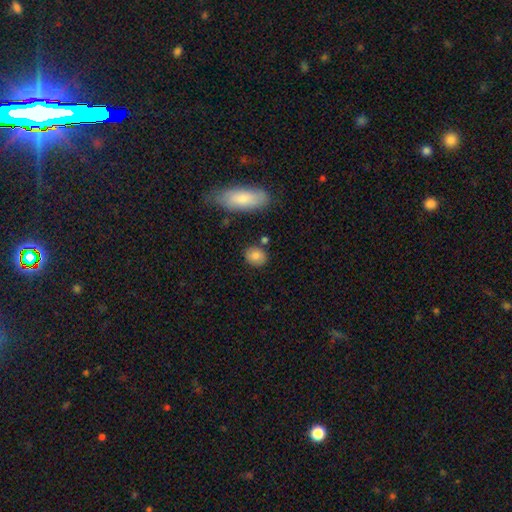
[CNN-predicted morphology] The model was most divided on "how rounded": round: 63%, in between: 35%, cigar-shaped: 2%. More confident: smooth or featured — smooth (83%); merging — none (81%).